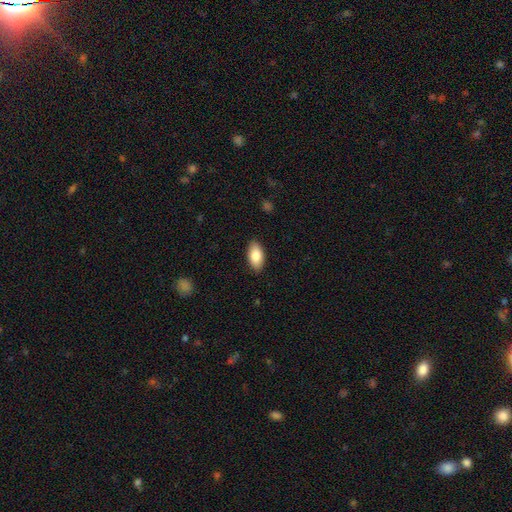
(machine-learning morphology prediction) Smooth or featured? smooth (85%)
How rounded? in between (94%)
Merging? none (88%)